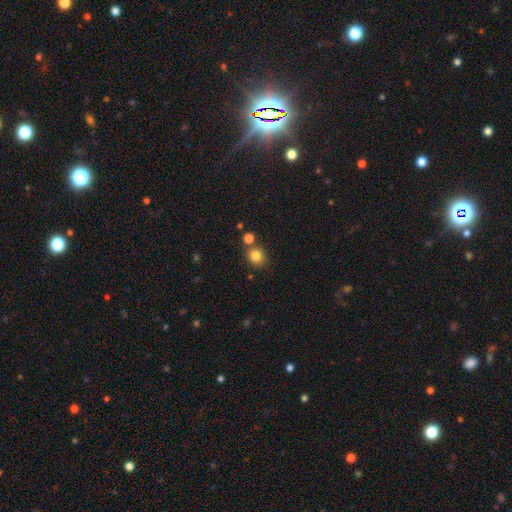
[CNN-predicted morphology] smooth-or-featured: smooth: 83% | star or artifact: 12% | featured or disk: 5%
  how-rounded: round: 84% | in between: 15% | cigar-shaped: 1%
  merging: none: 76% | merger: 13% | minor disturbance: 8% | major disturbance: 3%